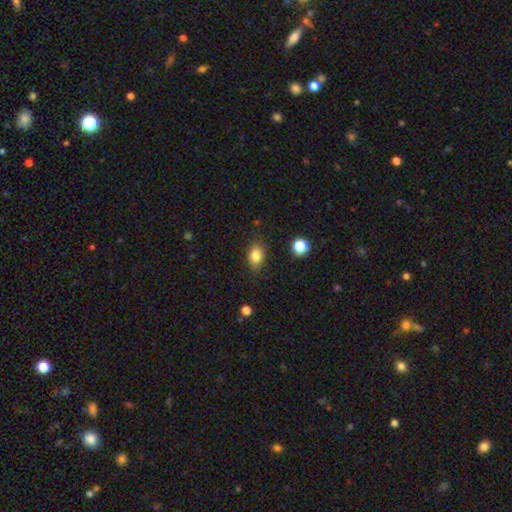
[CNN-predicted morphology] Smooth or featured? smooth (83%)
How rounded? in between (74%)
Merging? none (81%)